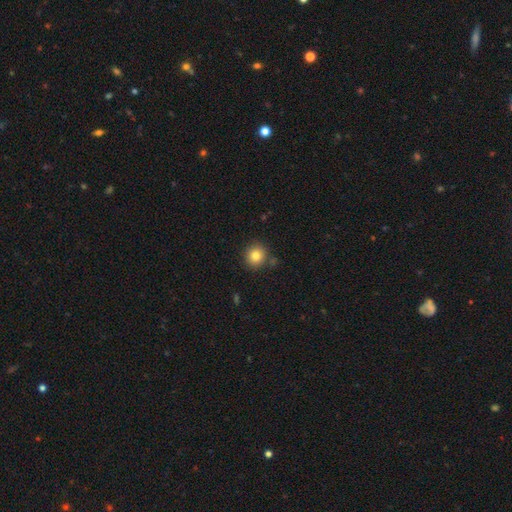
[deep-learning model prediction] Morphology: type=smooth (83%); roundness=round (91%); merging=none (85%).